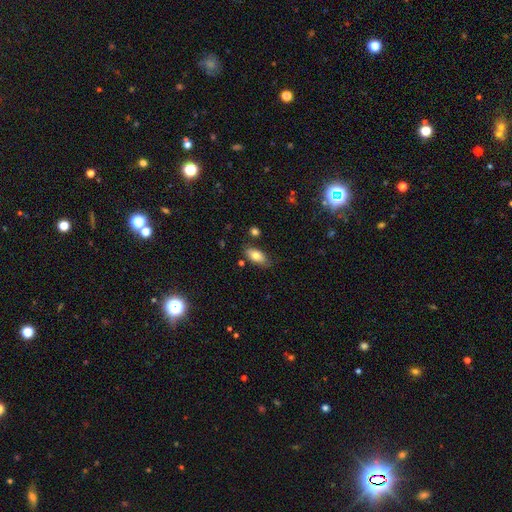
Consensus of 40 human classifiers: Q: Smooth or featured?
A: smooth (70%); runner-up: featured or disk (22%)
Q: How rounded?
A: in between (86%); runner-up: cigar-shaped (11%)
Q: Merging?
A: none (86%); runner-up: minor disturbance (8%)